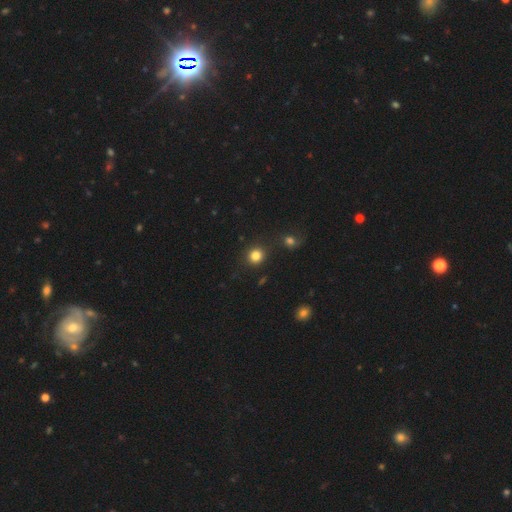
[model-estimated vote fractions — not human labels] Q: Smooth or featured?
A: smooth (82%); runner-up: star or artifact (12%)
Q: How rounded?
A: round (88%); runner-up: in between (11%)
Q: Merging?
A: none (84%); runner-up: minor disturbance (7%)